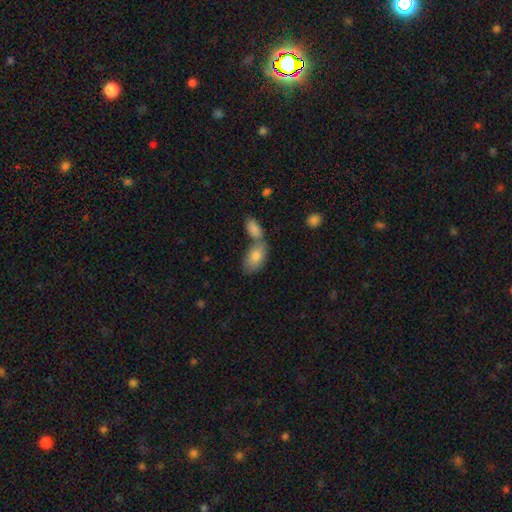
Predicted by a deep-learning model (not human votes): Smooth or featured: smooth — 81% (featured or disk — 12%)
How rounded: in between — 92% (round — 6%)
Merging: merger — 44% (none — 42%)